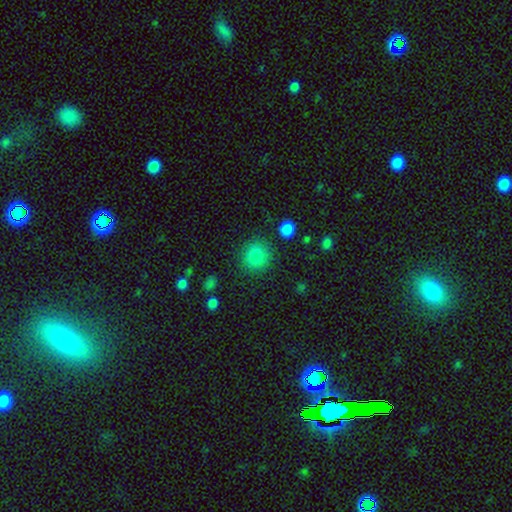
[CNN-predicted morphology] Overall: smooth (84%). How rounded: round (87%). Merging: none (85%).